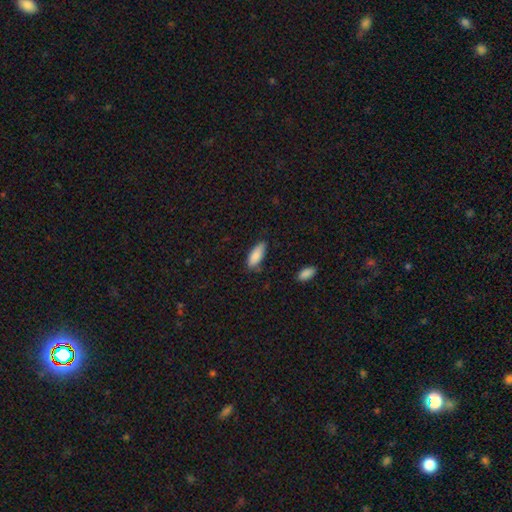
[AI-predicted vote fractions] The model was most divided on "how rounded": in between: 75%, cigar-shaped: 23%, round: 2%. More confident: smooth or featured — smooth (87%); merging — none (73%).